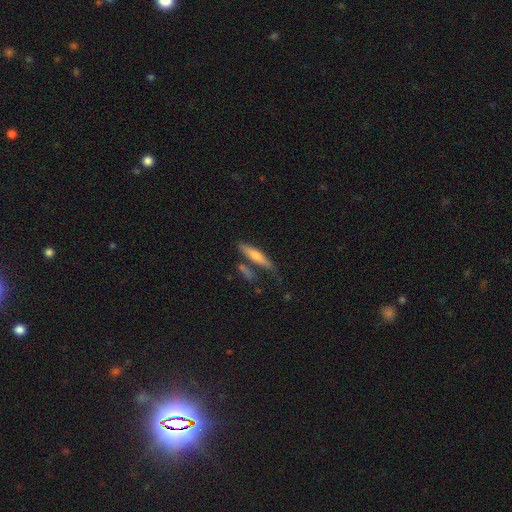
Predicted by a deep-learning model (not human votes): Smooth or featured? smooth (54%)
How rounded? cigar-shaped (85%)
Merging? none (66%)